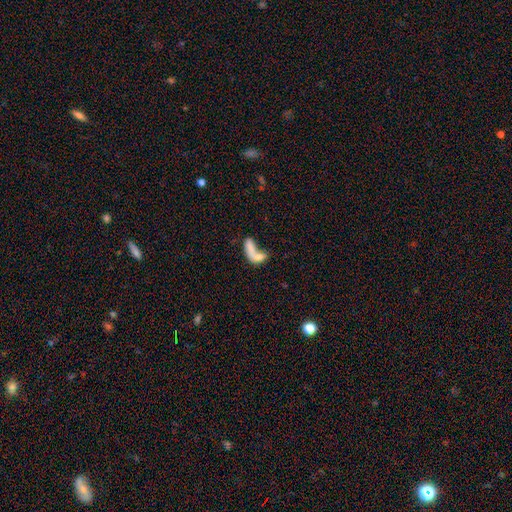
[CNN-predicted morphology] This is likely a smooth galaxy (70%). How rounded: likely in between (65%). Merging: possibly merger (57%).